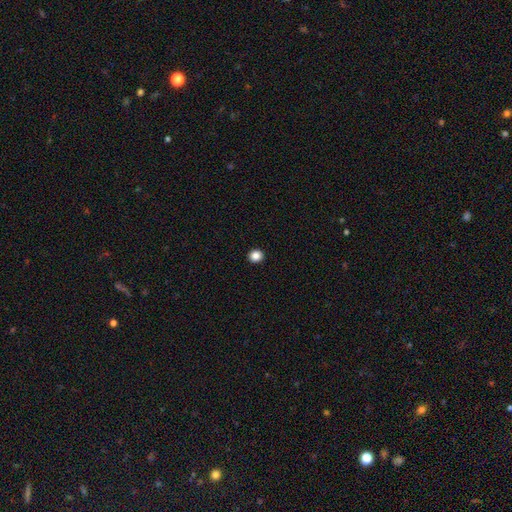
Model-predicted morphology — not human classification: smooth-or-featured: smooth: 85% | star or artifact: 11% | featured or disk: 4%
  how-rounded: round: 89% | in between: 10% | cigar-shaped: 1%
  merging: none: 94% | minor disturbance: 4% | major disturbance: 1% | merger: 1%